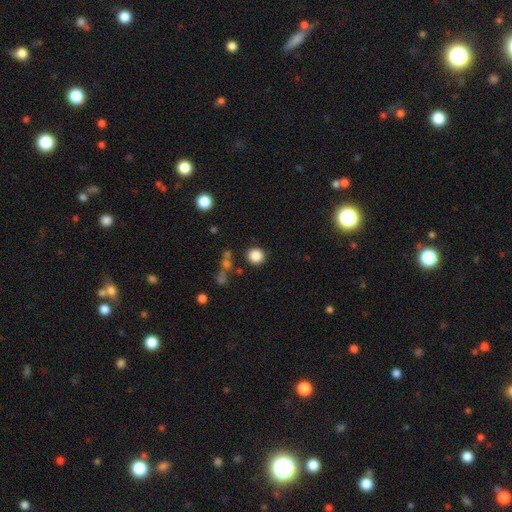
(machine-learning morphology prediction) This is clearly a smooth galaxy (85%). How rounded: clearly round (91%). Merging: clearly none (85%).